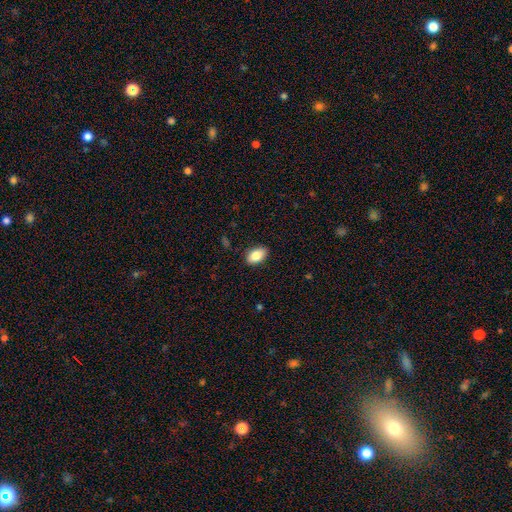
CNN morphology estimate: A smooth galaxy with no disk features (84%) that is in between round and cigar-shaped (90%).

Vote fractions:
- Smooth or featured? smooth: 84% / featured or disk: 9% / star or artifact: 7%
- How rounded? in between: 90% / round: 7% / cigar-shaped: 2%
- Merging? none: 86% / minor disturbance: 11% / major disturbance: 2% / merger: 1%